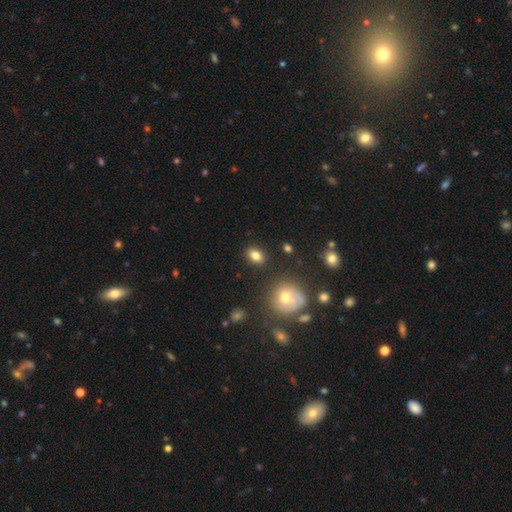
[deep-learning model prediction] A smooth galaxy with no disk features (80%) that is in between round and cigar-shaped (74%). Merging: none (86%).